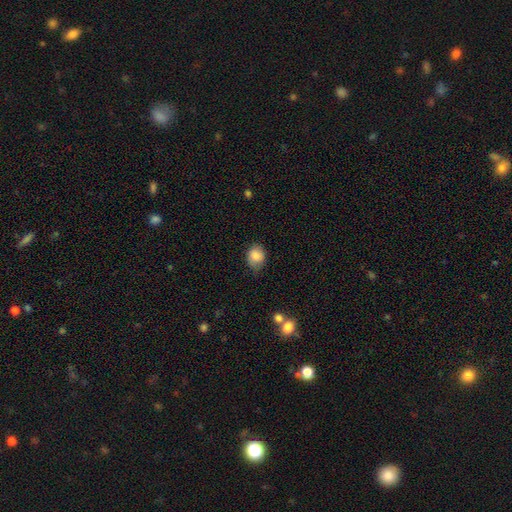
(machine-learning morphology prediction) A smooth galaxy with no disk features (84%) that is round (57%). Merging: none (67%).